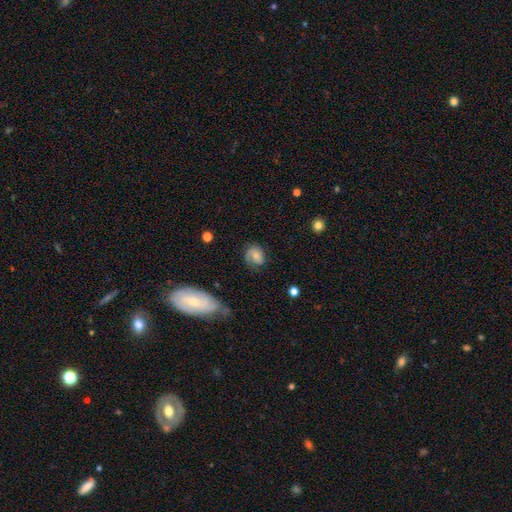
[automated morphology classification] A smooth galaxy with no disk features (49%).

Vote fractions:
- Smooth or featured? smooth: 49% / featured or disk: 42% / star or artifact: 9%
- Merging? none: 57% / minor disturbance: 26% / major disturbance: 14% / merger: 2%